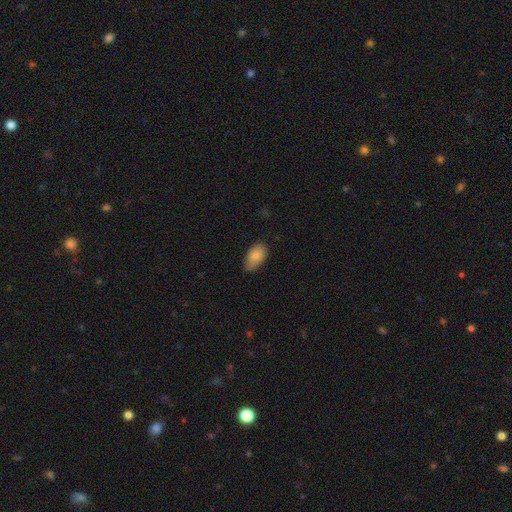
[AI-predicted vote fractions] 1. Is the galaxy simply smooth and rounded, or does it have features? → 85% smooth, 8% featured or disk, 7% star or artifact.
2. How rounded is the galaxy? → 93% in between, 5% round, 2% cigar-shaped.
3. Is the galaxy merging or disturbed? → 72% none, 23% minor disturbance, 4% major disturbance, 1% merger.